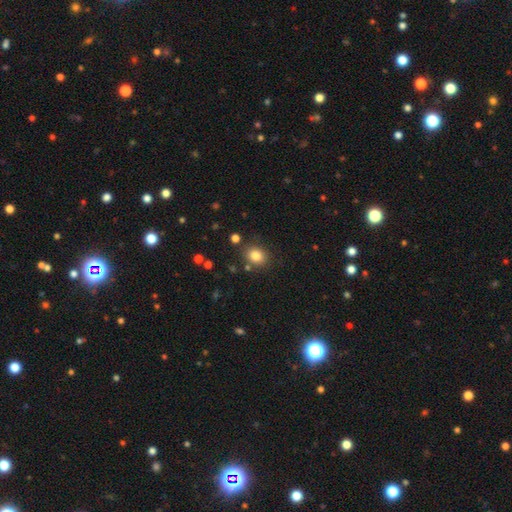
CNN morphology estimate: Smooth or featured: smooth — 83% (star or artifact — 11%)
How rounded: round — 60% (in between — 39%)
Merging: none — 82% (minor disturbance — 10%)